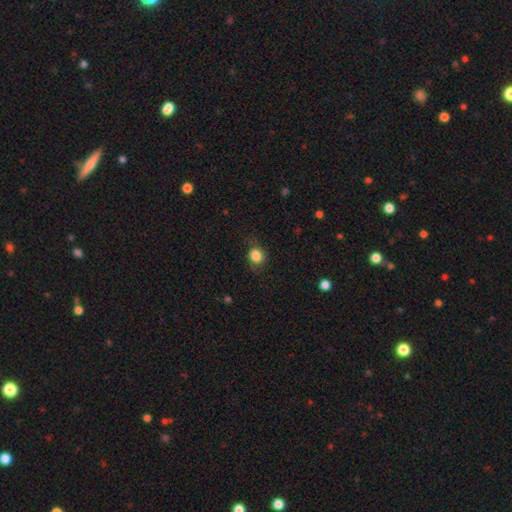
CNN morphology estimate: Q: Smooth or featured?
A: smooth (83%); runner-up: star or artifact (9%)
Q: How rounded?
A: round (69%); runner-up: in between (29%)
Q: Merging?
A: none (71%); runner-up: minor disturbance (21%)